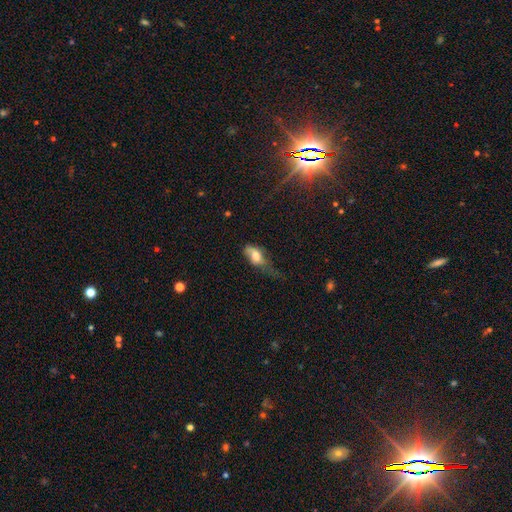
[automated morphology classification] Overall: smooth (67%). How rounded: in between (83%). Merging: major disturbance (41%; minor disturbance 33%).